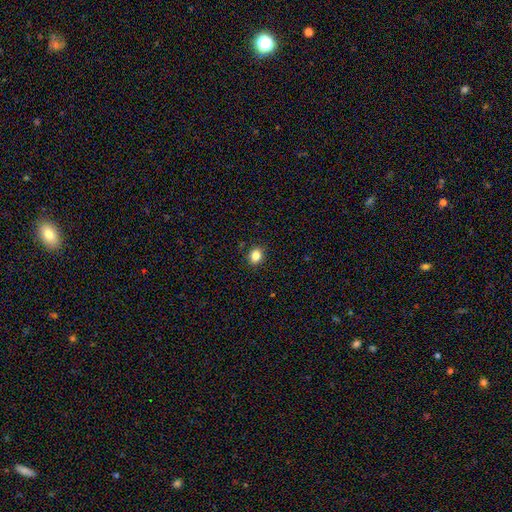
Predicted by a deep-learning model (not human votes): Smooth or featured? smooth (84%)
How rounded? round (59%)
Merging? none (89%)